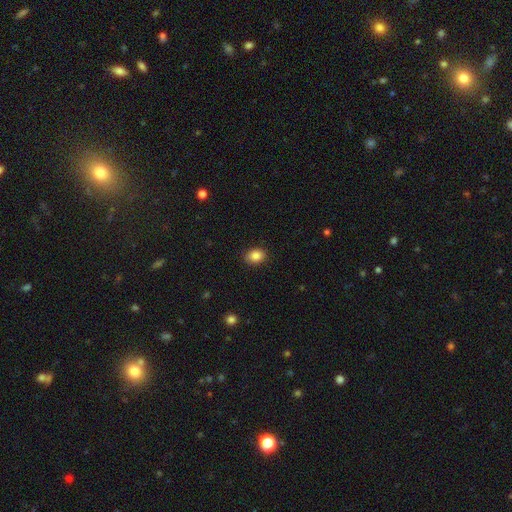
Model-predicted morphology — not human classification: Overall: smooth (86%). How rounded: in between (58%; round 41%). Merging: none (86%).